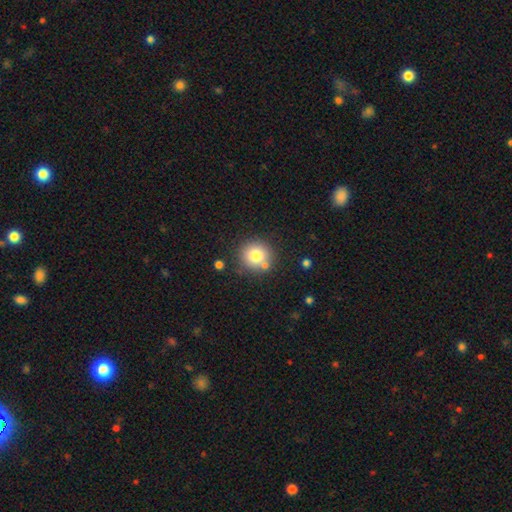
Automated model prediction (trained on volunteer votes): This is likely a smooth galaxy (77%). How rounded: clearly round (92%). Merging: likely none (78%).